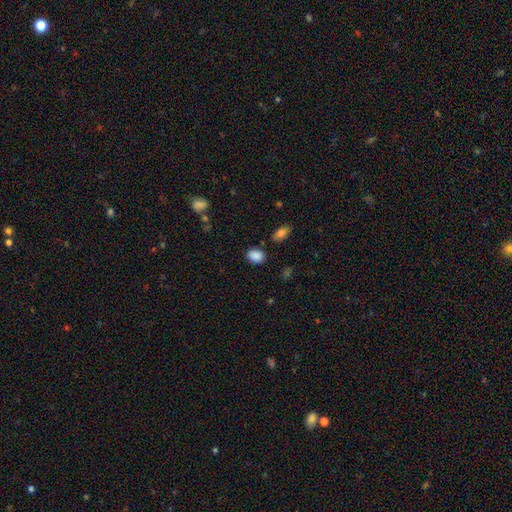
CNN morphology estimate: Smooth or featured?
  - smooth: 87% *
  - star or artifact: 9%
  - featured or disk: 4%
How rounded?
  - in between: 69% *
  - round: 29%
  - cigar-shaped: 1%
Merging?
  - none: 80% *
  - minor disturbance: 13%
  - major disturbance: 3%
  - merger: 3%